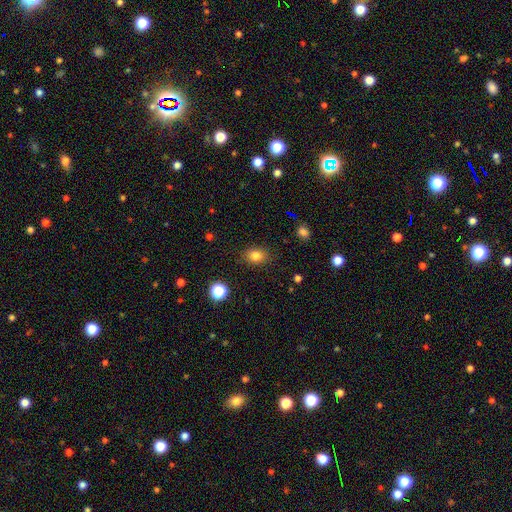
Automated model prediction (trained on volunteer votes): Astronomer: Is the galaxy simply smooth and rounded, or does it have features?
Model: smooth — 81%.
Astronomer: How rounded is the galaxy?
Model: in between — 62% (runner-up: round, 37%).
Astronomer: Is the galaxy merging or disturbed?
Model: none — 86%.